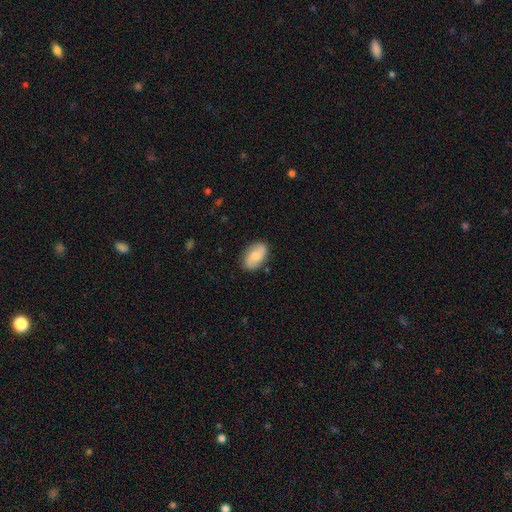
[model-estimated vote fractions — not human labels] Smooth or featured? Predicted: smooth (p=0.64). How rounded? Predicted: in between (p=0.92). Merging? Predicted: none (p=0.83).